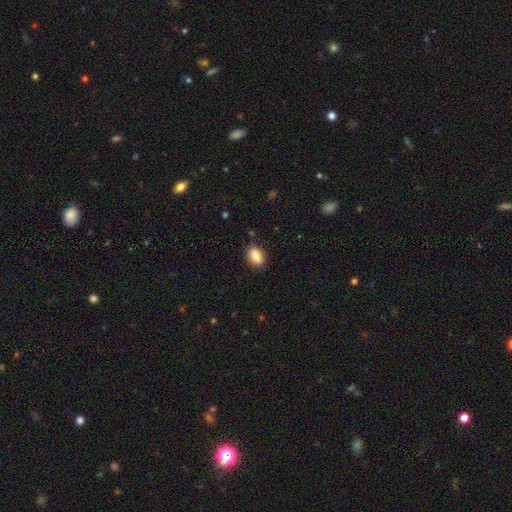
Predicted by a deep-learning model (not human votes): smooth_or_featured: smooth (p=0.86) [alt: star or artifact p=0.08]
how_rounded: in between (p=0.87) [alt: round p=0.11]
merging: none (p=0.87) [alt: minor disturbance p=0.09]